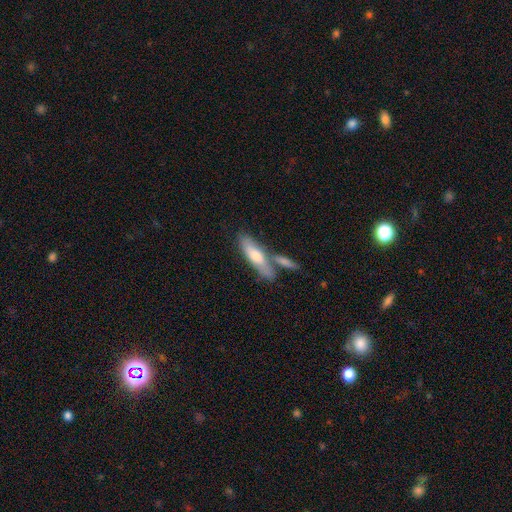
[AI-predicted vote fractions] smooth_or_featured: smooth (p=0.55) [alt: featured or disk p=0.39]
how_rounded: cigar-shaped (p=0.59) [alt: in between p=0.39]
merging: none (p=0.55) [alt: merger p=0.27]